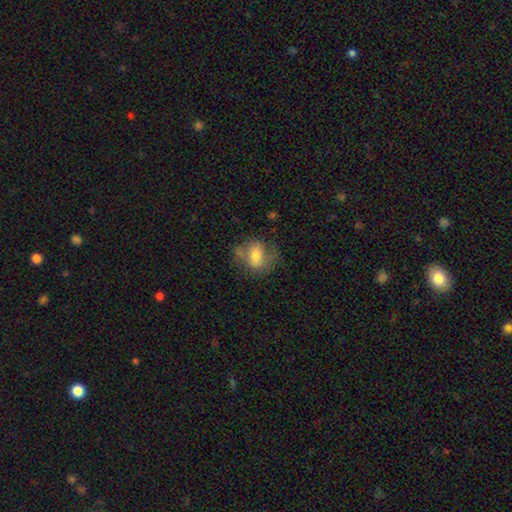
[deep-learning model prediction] Overall: smooth (56%; featured or disk 36%). How rounded: in between (63%; round 34%). Merging: none (57%; minor disturbance 25%).